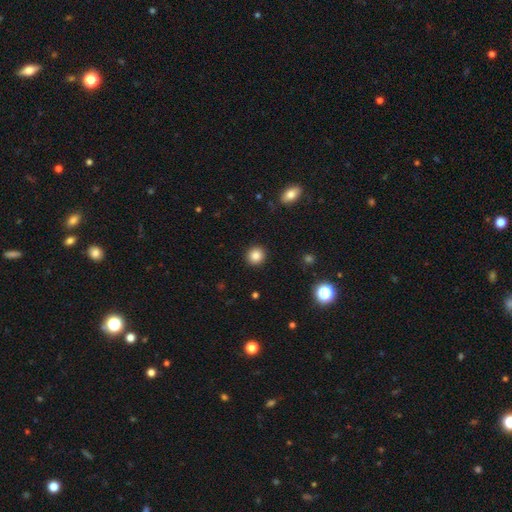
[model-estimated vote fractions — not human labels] This appears to be a smooth galaxy with no disk features (85%) that is round (91%). Merging: none (92%).